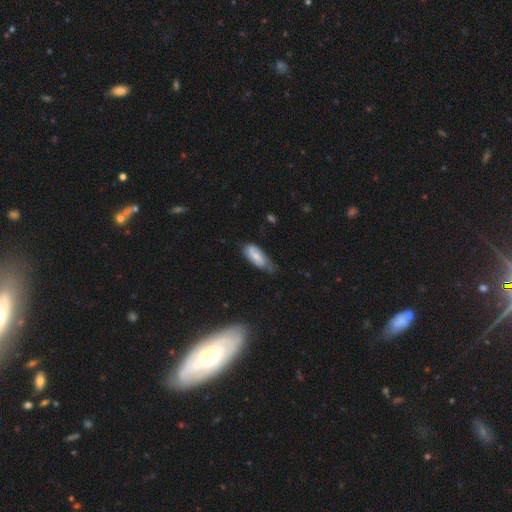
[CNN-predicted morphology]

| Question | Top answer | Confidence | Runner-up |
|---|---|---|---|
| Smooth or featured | smooth | 69% | featured or disk (25%) |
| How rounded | in between | 80% | cigar-shaped (19%) |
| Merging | minor disturbance | 44% | none (41%) |